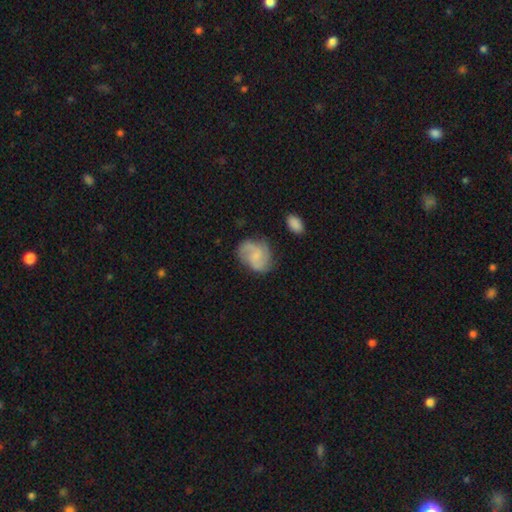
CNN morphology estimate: Smooth or featured: featured or disk — 61% (smooth — 32%)
Edge-on disk: no — 98% (yes — 2%)
Bar: no — 57% (weak — 38%)
Spiral arms: yes — 92% (no — 8%)
Spiral winding: medium — 47% (loose — 33%)
Spiral arm count: 2 — 74% (can't tell — 11%)
Bulge size: small — 52% (none — 25%)
Merging: none — 67% (minor disturbance — 21%)